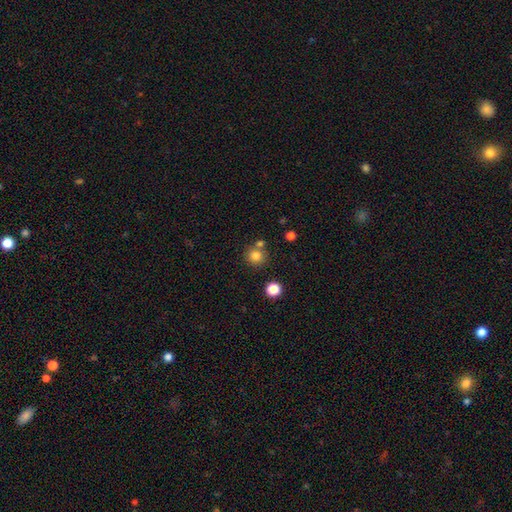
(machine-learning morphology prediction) smooth_or_featured: smooth (p=0.80) [alt: star or artifact p=0.13]
how_rounded: round (p=0.93) [alt: in between p=0.06]
merging: none (p=0.73) [alt: merger p=0.17]